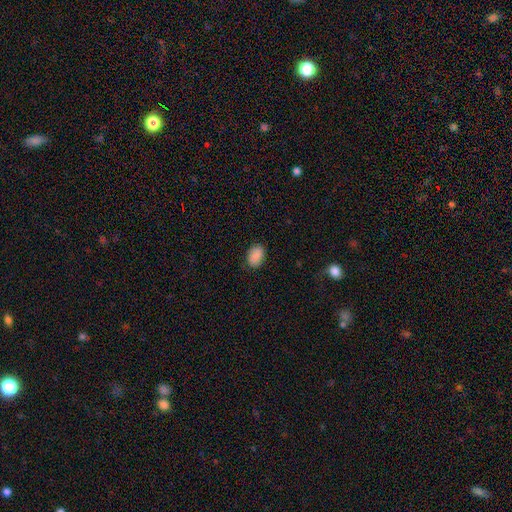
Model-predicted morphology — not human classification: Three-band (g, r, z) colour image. It shows a smooth galaxy with no disk features (86%) that is in between round and cigar-shaped (84%). Merging: none (83%).